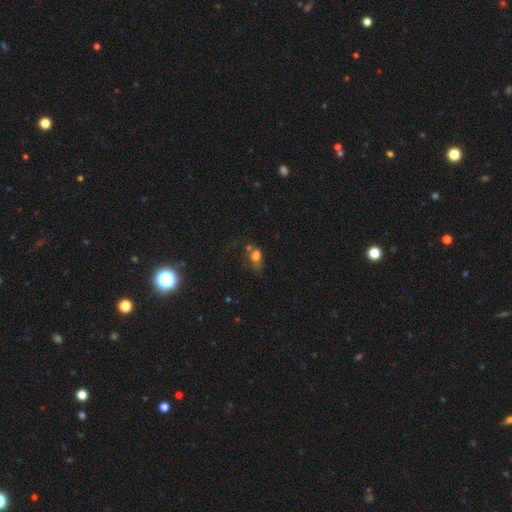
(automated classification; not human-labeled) This appears to be a smooth galaxy with no disk features (57%) that is in between round and cigar-shaped (64%). Merging: merger (36%).